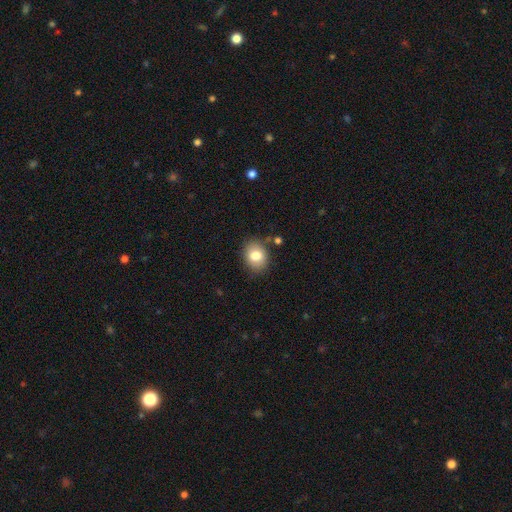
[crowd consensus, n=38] smooth-or-featured: smooth: 84% | featured or disk: 13% | star or artifact: 3%
  how-rounded: round: 50% (tied) | in between: 50% (tied) | cigar-shaped: 0%
  merging: none: 86% | minor disturbance: 8% | major disturbance: 3% | merger: 3%